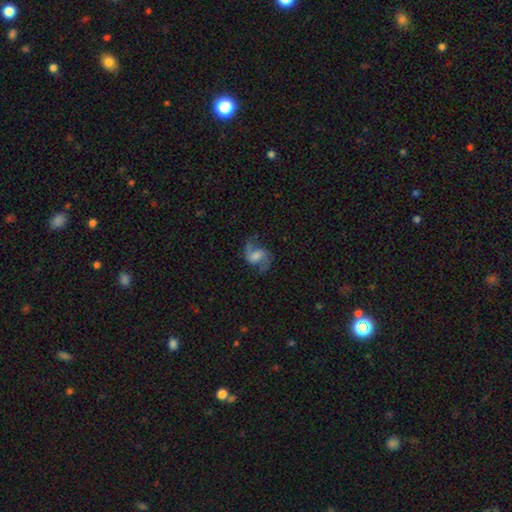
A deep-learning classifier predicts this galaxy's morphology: This appears to be a featured or disk galaxy (80%) with a weak bar (49%), 2 (92%) loose (50%) spiral arms (95%) and a moderate central bulge (32%). Merging: none (71%).